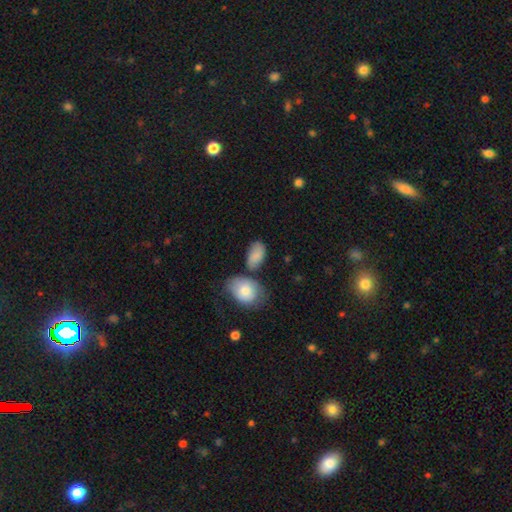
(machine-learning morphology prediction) Q: Smooth or featured?
A: smooth (81%); runner-up: featured or disk (12%)
Q: How rounded?
A: in between (91%); runner-up: round (7%)
Q: Merging?
A: none (56%); runner-up: minor disturbance (21%)